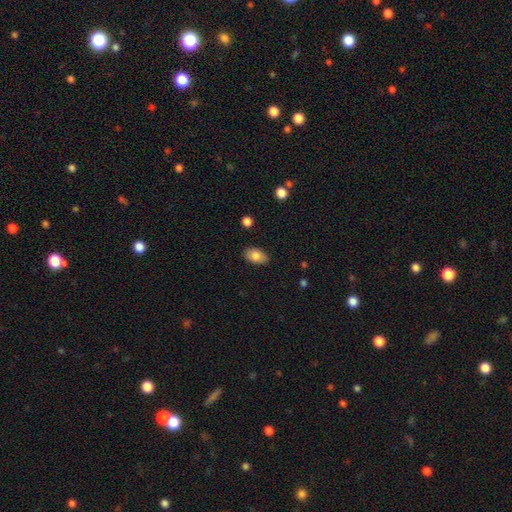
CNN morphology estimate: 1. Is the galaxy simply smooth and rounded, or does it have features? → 82% smooth, 10% featured or disk, 7% star or artifact.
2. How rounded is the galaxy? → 91% in between, 7% round, 2% cigar-shaped.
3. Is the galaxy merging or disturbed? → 85% none, 11% minor disturbance, 2% major disturbance, 1% merger.